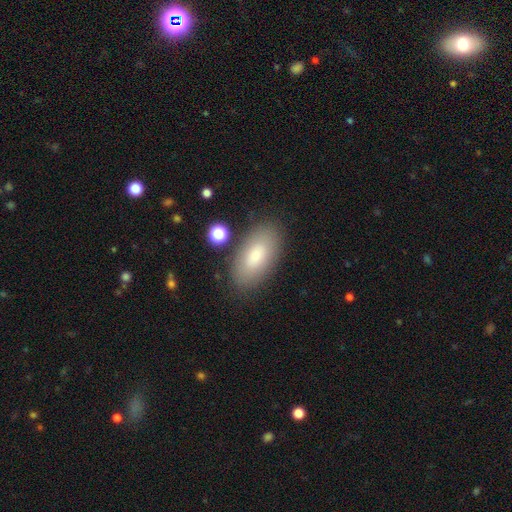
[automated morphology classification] Smooth or featured? smooth (76%)
How rounded? in between (93%)
Merging? none (82%)